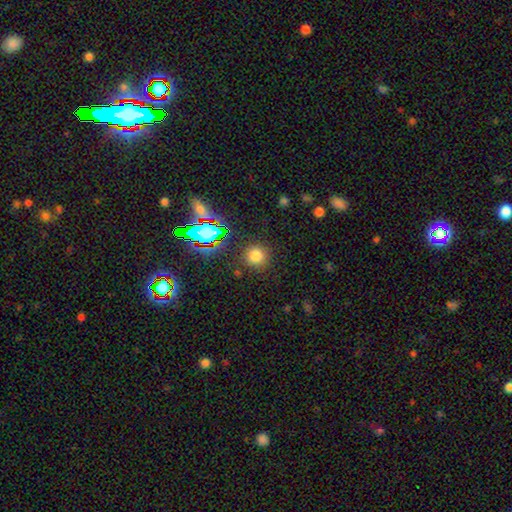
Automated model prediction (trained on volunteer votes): Smooth or featured? smooth (73%)
How rounded? round (93%)
Merging? none (87%)